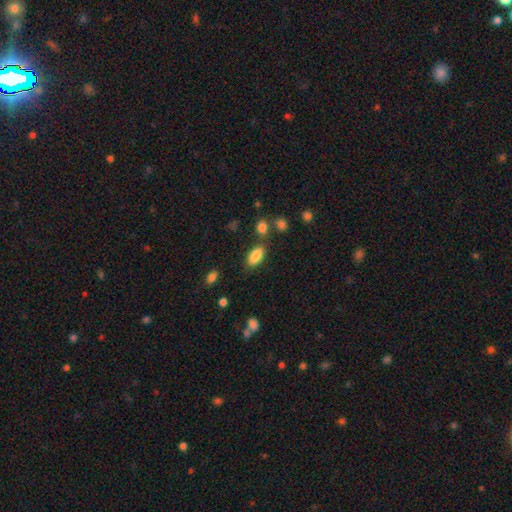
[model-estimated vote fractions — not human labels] Smooth or featured: smooth — 87% (star or artifact — 8%)
How rounded: in between — 90% (cigar-shaped — 6%)
Merging: none — 75% (minor disturbance — 14%)